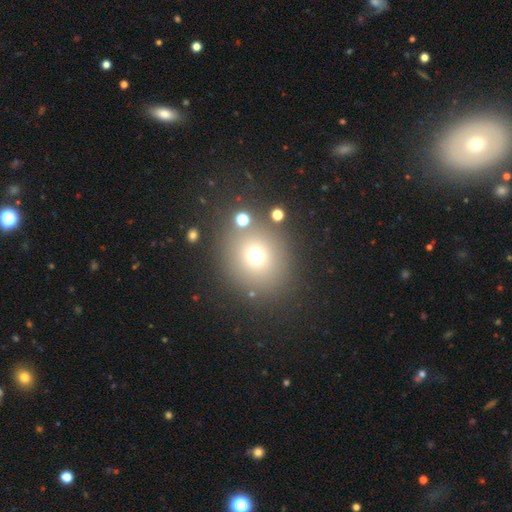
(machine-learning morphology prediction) Smooth or featured?
  - smooth: 68% *
  - star or artifact: 20%
  - featured or disk: 12%
How rounded?
  - round: 82% *
  - in between: 17%
  - cigar-shaped: 1%
Merging?
  - none: 80% *
  - minor disturbance: 8%
  - merger: 7%
  - major disturbance: 5%